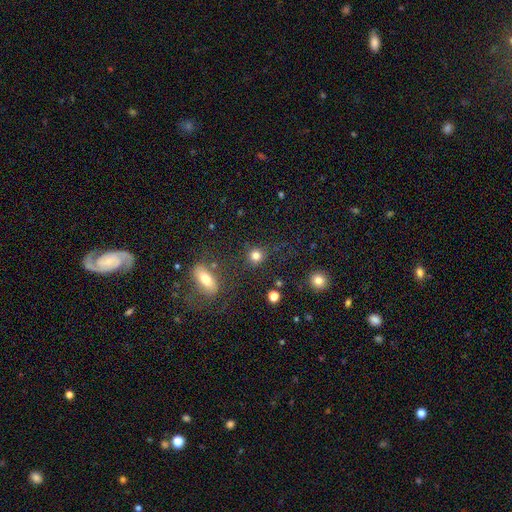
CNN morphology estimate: Overall: smooth (81%). How rounded: round (89%). Merging: none (82%).